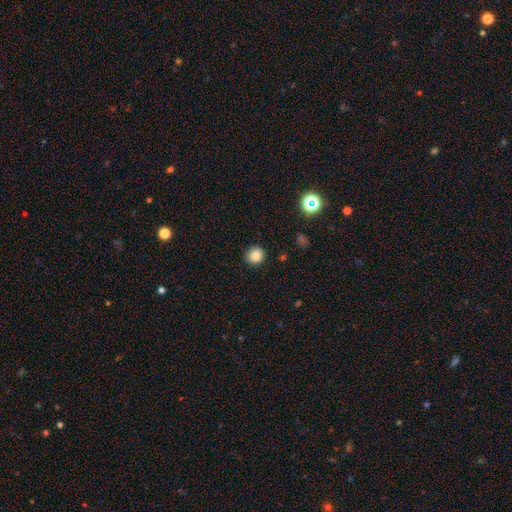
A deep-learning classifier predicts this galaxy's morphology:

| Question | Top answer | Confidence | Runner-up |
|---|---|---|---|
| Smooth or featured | smooth | 85% | star or artifact (11%) |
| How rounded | round | 89% | in between (10%) |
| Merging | none | 89% | minor disturbance (8%) |